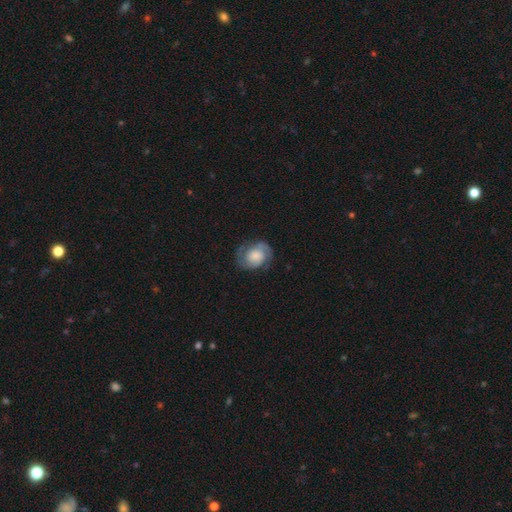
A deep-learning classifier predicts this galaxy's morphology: This appears to be a featured or disk galaxy (71%) with no bar (71%), 2 (85%) medium (44%) spiral arms (93%) and a large central bulge (30%). Merging: none (72%).